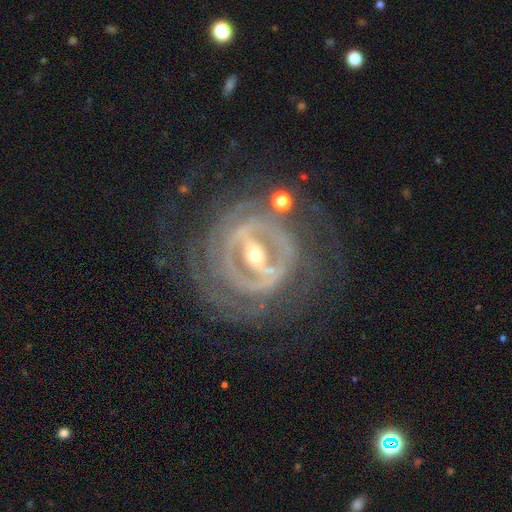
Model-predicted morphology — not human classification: featured or disk 90%, star or artifact 6%, smooth 5%. Down the decision tree: edge-on disk — no (93%); bar — strong (73%); spiral arms — yes (82%); spiral arm count — can't tell (40%); spiral winding — tight (75%); bulge size — small (51%); merging — none (71%).